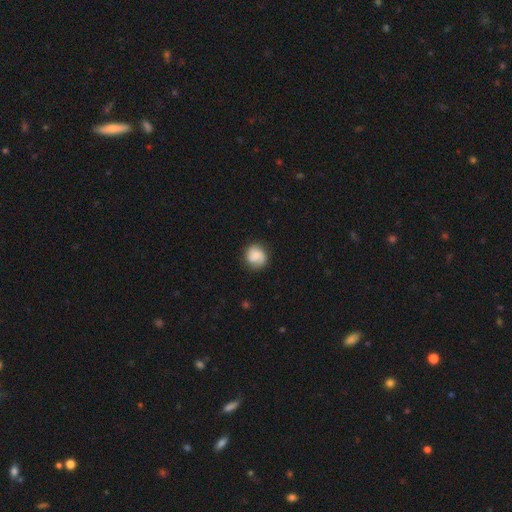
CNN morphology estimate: This appears to be a smooth galaxy with no disk features (60%) that is round (87%). Merging: none (78%).